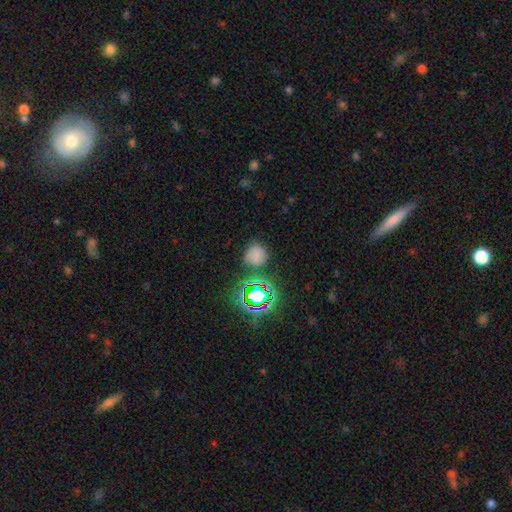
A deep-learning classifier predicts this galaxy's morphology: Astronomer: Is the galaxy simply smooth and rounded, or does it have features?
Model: smooth — 66%.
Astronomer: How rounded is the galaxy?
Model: round — 82%.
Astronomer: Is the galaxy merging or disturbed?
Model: none — 74%.